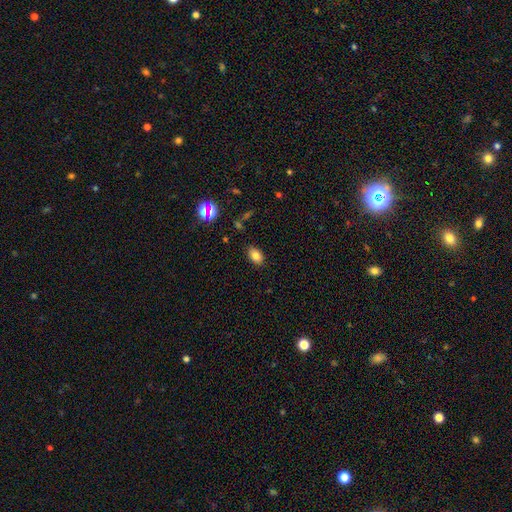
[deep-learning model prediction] This is clearly a smooth galaxy (80%). How rounded: clearly in between (88%). Merging: clearly none (86%).